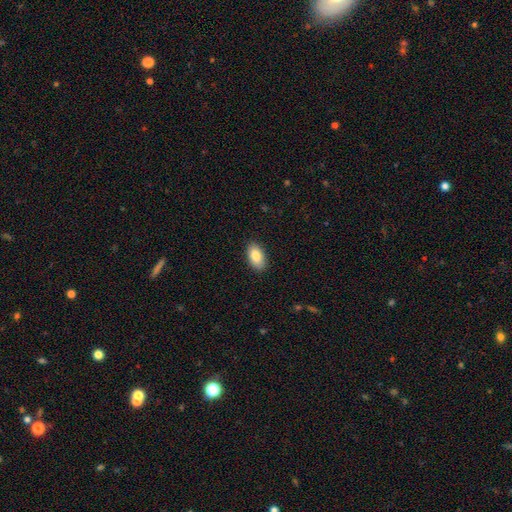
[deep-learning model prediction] Smooth or featured: smooth — 85% (featured or disk — 8%)
How rounded: in between — 94% (round — 4%)
Merging: none — 89% (minor disturbance — 9%)